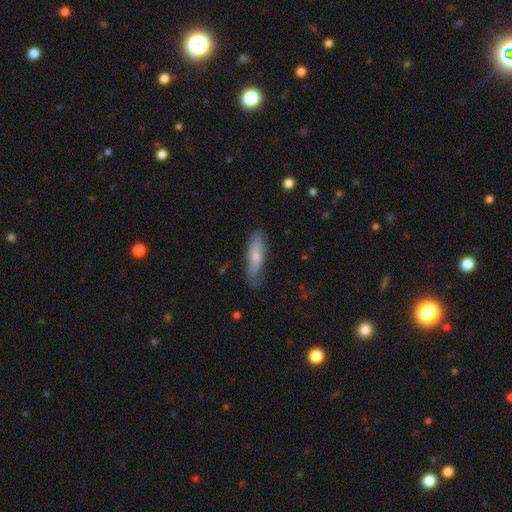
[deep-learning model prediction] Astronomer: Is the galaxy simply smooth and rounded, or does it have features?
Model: smooth — 57% (runner-up: featured or disk, 36%).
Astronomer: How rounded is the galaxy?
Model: cigar-shaped — 53% (runner-up: in between, 45%).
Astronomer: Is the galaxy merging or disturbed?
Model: none — 68%.